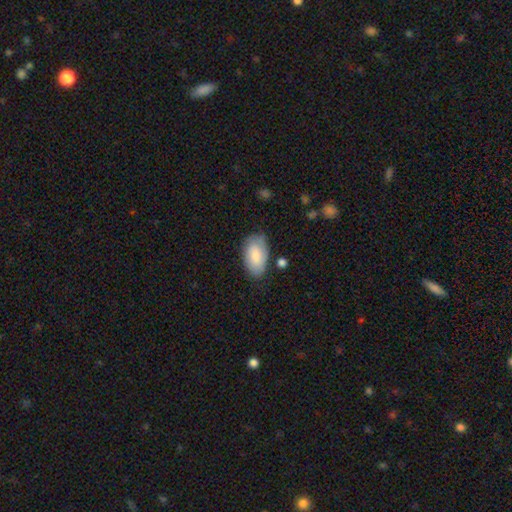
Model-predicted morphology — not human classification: smooth_or_featured: smooth (p=0.82) [alt: featured or disk p=0.13]
how_rounded: in between (p=0.95) [alt: round p=0.04]
merging: none (p=0.73) [alt: minor disturbance p=0.19]